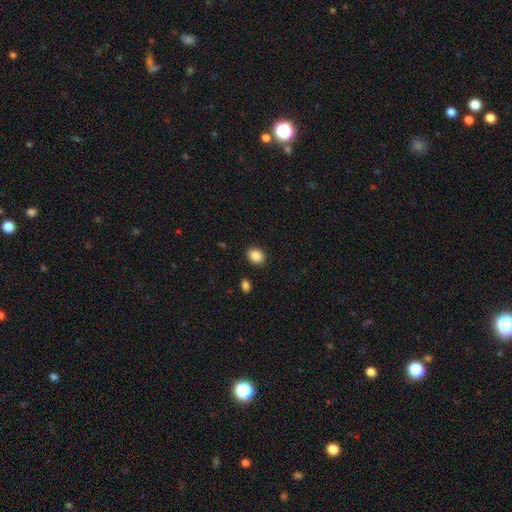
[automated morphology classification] Smooth or featured? smooth (87%)
How rounded? in between (61%)
Merging? none (89%)